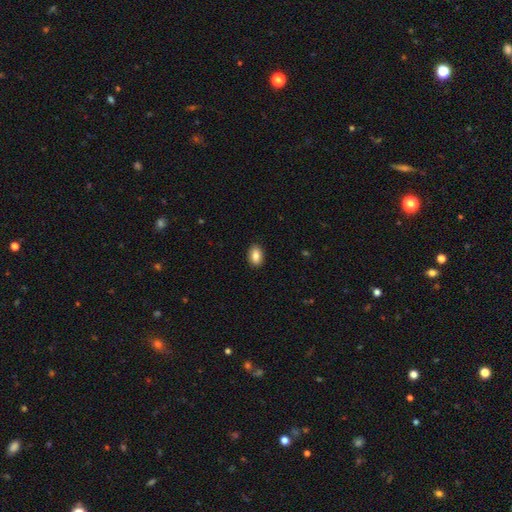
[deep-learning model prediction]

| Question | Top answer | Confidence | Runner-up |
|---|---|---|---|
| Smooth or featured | smooth | 85% | star or artifact (8%) |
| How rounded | in between | 87% | round (12%) |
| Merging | none | 90% | minor disturbance (8%) |